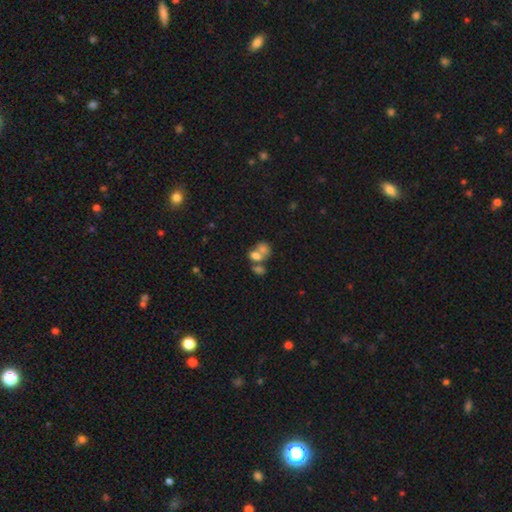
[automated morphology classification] Q: Smooth or featured?
A: smooth (52%); runner-up: featured or disk (26%)
Q: How rounded?
A: in between (54%); runner-up: round (44%)
Q: Merging?
A: merger (57%); runner-up: none (27%)